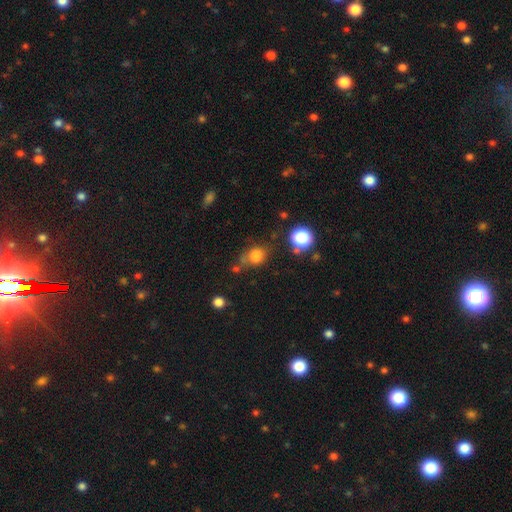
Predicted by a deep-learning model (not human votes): smooth 77%, star or artifact 15%, featured or disk 8%. Down the decision tree: how rounded — round (62%); merging — none (54%).